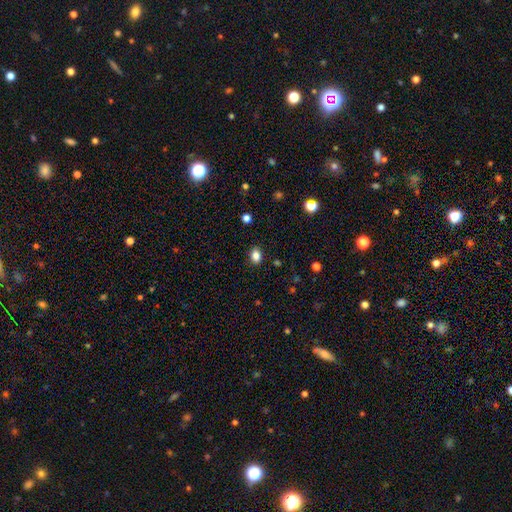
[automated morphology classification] Smooth or featured: smooth — 84% (star or artifact — 11%)
How rounded: in between — 67% (round — 32%)
Merging: none — 88% (minor disturbance — 8%)